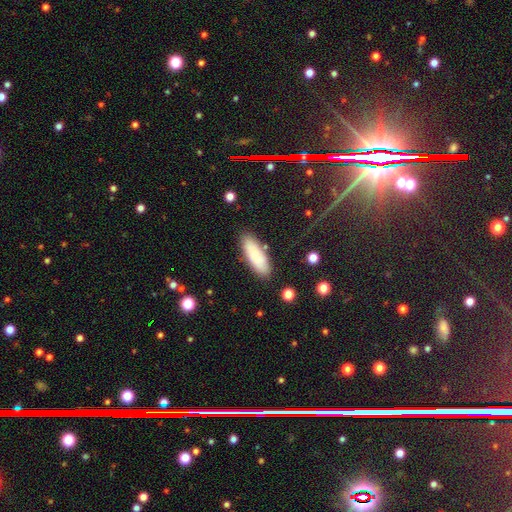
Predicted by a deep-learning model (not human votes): Smooth or featured? smooth (85%)
How rounded? in between (60%)
Merging? none (85%)